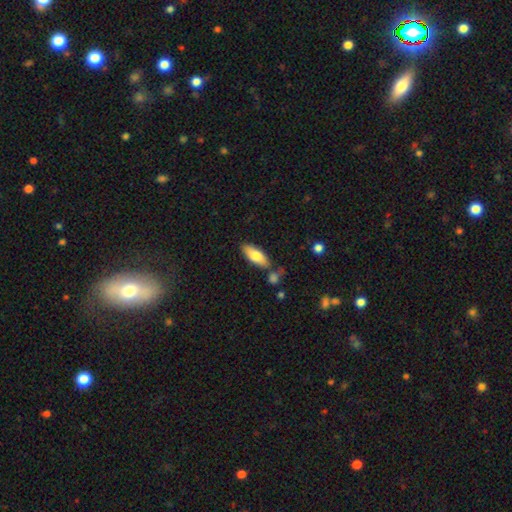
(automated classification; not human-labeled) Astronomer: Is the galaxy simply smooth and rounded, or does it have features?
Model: smooth — 76%.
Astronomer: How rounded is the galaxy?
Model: in between — 74%.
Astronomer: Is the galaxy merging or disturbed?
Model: none — 69%.